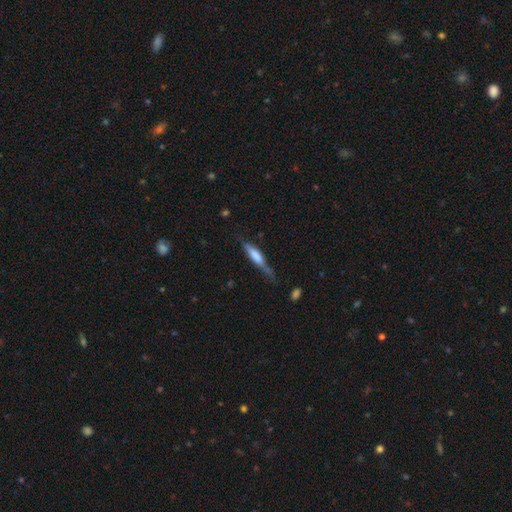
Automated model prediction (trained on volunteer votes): smooth_or_featured: smooth (p=0.53) [alt: featured or disk p=0.41]
how_rounded: cigar-shaped (p=0.77) [alt: in between p=0.21]
merging: none (p=0.50) [alt: minor disturbance p=0.32]